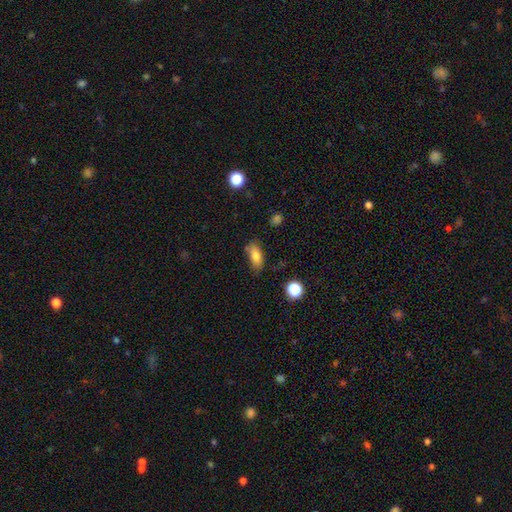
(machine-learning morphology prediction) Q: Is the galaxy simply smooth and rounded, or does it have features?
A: smooth — 78%.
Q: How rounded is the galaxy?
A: in between — 80%.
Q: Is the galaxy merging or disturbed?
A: none — 71%.